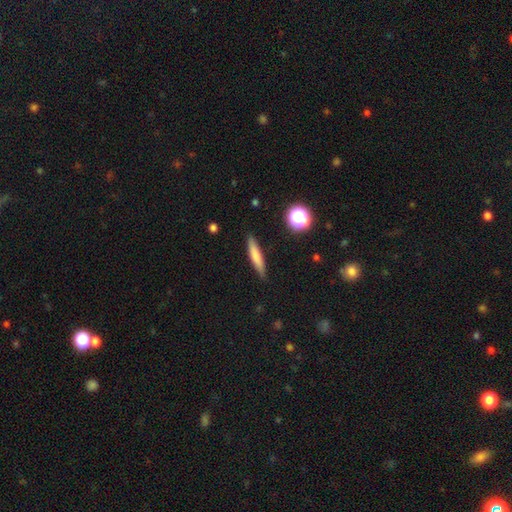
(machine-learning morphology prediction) type=smooth (70%); roundness=cigar-shaped (86%); merging=none (86%).